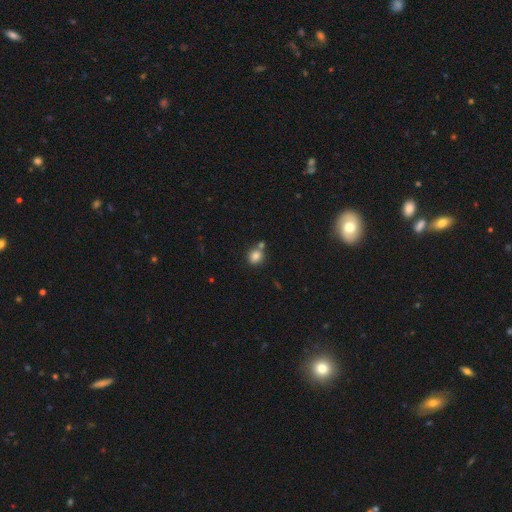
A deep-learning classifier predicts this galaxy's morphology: Smooth or featured: smooth — 82% (star or artifact — 11%)
How rounded: round — 83% (in between — 16%)
Merging: none — 65% (merger — 22%)